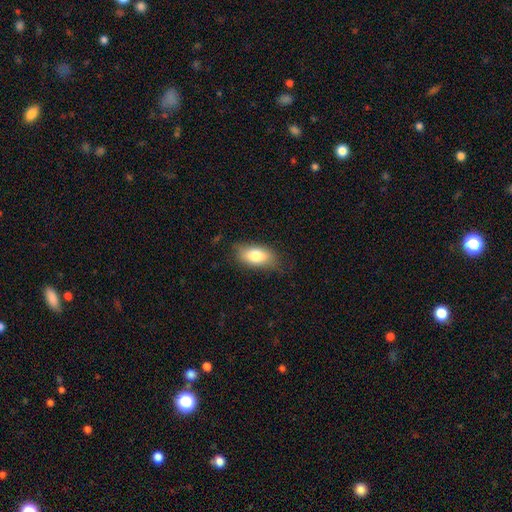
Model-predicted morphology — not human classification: The model was most divided on "merging": none: 74%, minor disturbance: 20%, major disturbance: 5%, merger: 1%. More confident: how rounded — in between (89%); smooth or featured — smooth (80%).